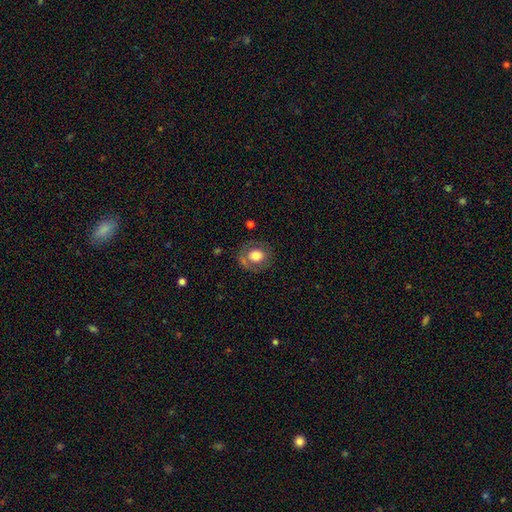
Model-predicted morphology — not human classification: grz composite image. It shows a smooth galaxy with no disk features (66%) that is round (74%). Merging: none (72%).